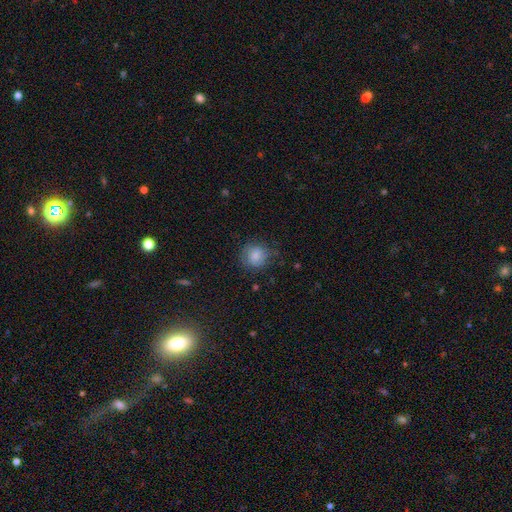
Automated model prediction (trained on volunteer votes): Smooth or featured? smooth (78%)
How rounded? round (81%)
Merging? none (73%)